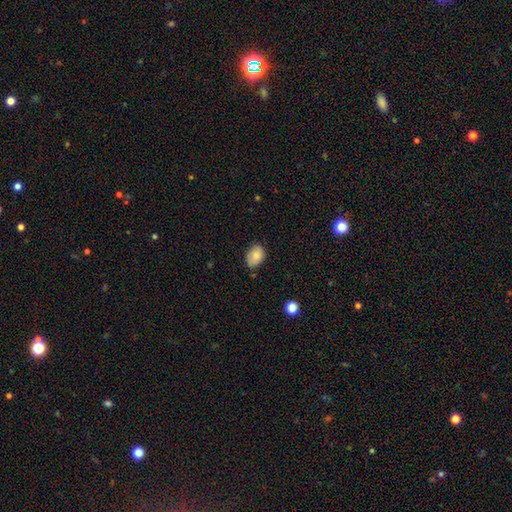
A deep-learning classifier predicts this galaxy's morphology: Overall: smooth (83%). How rounded: in between (81%). Merging: none (70%).